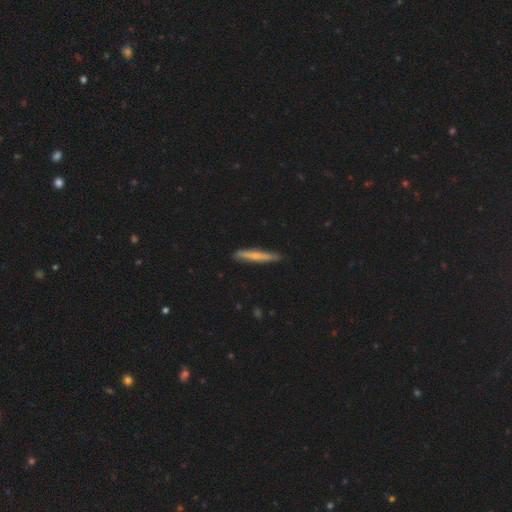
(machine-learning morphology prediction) This appears to be a smooth galaxy with no disk features (51%) that is cigar-shaped (95%). Merging: none (84%).